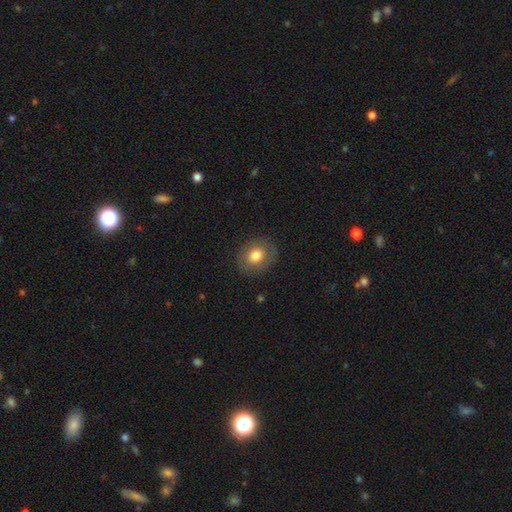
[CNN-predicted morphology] smooth 75%, featured or disk 16%, star or artifact 9%. Down the decision tree: how rounded — round (63%); merging — none (85%).